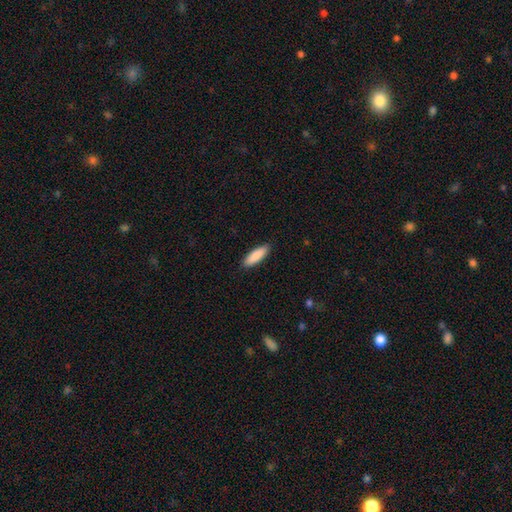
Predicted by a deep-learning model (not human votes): smooth-or-featured: smooth: 88% | featured or disk: 6% | star or artifact: 5%
  how-rounded: in between: 50% | cigar-shaped: 48% | round: 1%
  merging: none: 90% | minor disturbance: 8% | major disturbance: 2% | merger: 1%